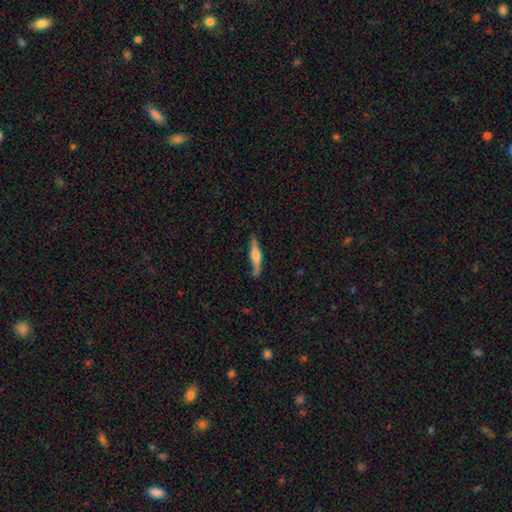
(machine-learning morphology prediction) Smooth or featured? Predicted: featured or disk (p=0.58). Edge-on disk? Predicted: yes (p=0.94). Edge-on bulge? Predicted: rounded (p=0.86). Merging? Predicted: none (p=0.78).